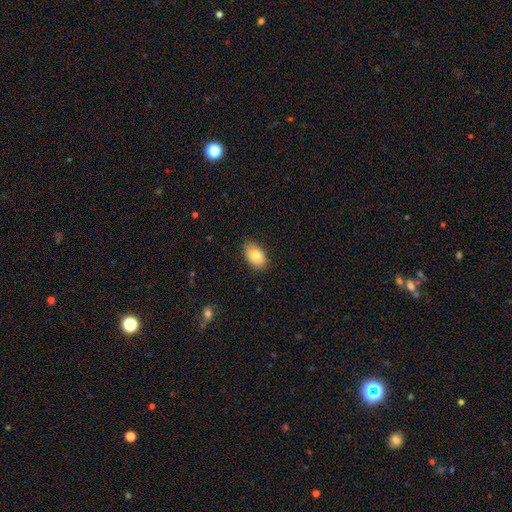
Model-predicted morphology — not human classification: smooth-or-featured: smooth: 81% | featured or disk: 12% | star or artifact: 7%
  how-rounded: in between: 89% | round: 10% | cigar-shaped: 1%
  merging: none: 82% | minor disturbance: 14% | major disturbance: 2% | merger: 1%